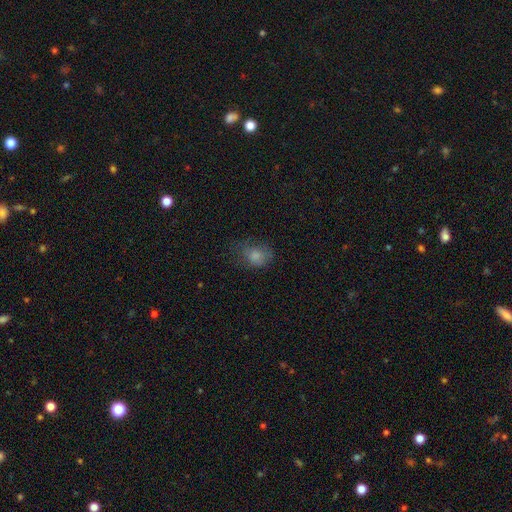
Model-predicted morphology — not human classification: Q: Smooth or featured?
A: smooth (76%); runner-up: star or artifact (12%)
Q: How rounded?
A: in between (54%); runner-up: round (44%)
Q: Merging?
A: none (50%); runner-up: minor disturbance (27%)